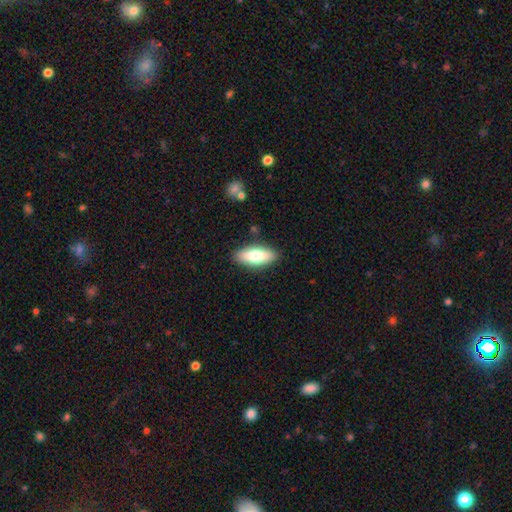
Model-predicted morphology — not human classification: smooth-or-featured: smooth: 68% | featured or disk: 26% | star or artifact: 6%
  how-rounded: in between: 76% | cigar-shaped: 21% | round: 3%
  merging: none: 86% | minor disturbance: 10% | major disturbance: 2% | merger: 2%